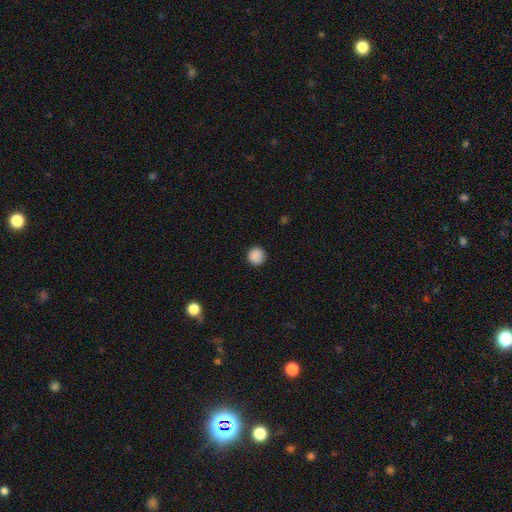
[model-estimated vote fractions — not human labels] The model was most divided on "smooth or featured": smooth: 89%, star or artifact: 9%, featured or disk: 2%. More confident: how rounded — round (95%); merging — none (92%).